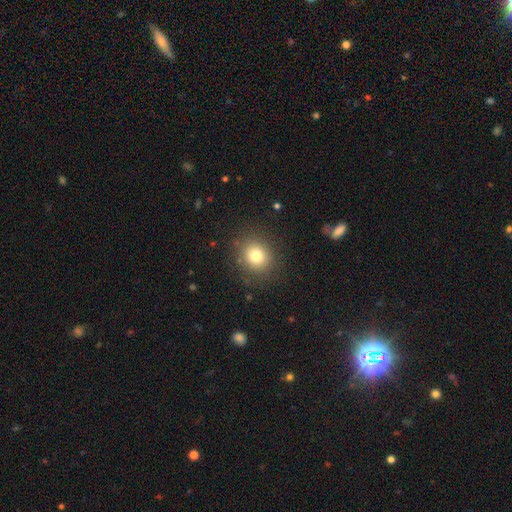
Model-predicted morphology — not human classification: This appears to be a smooth galaxy with no disk features (78%) that is round (79%). Merging: none (87%).